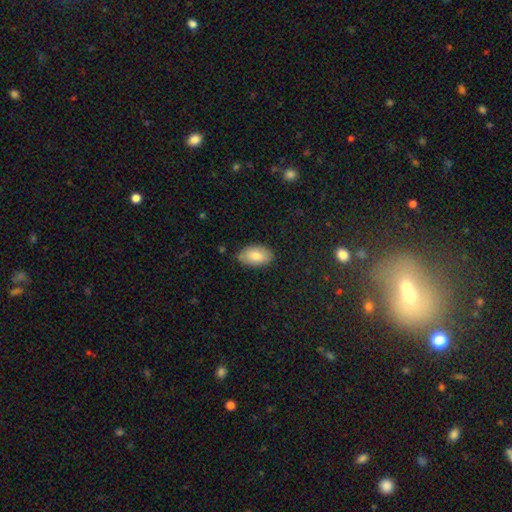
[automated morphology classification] Smooth or featured: smooth — 81% (featured or disk — 12%)
How rounded: in between — 94% (round — 5%)
Merging: none — 82% (minor disturbance — 15%)